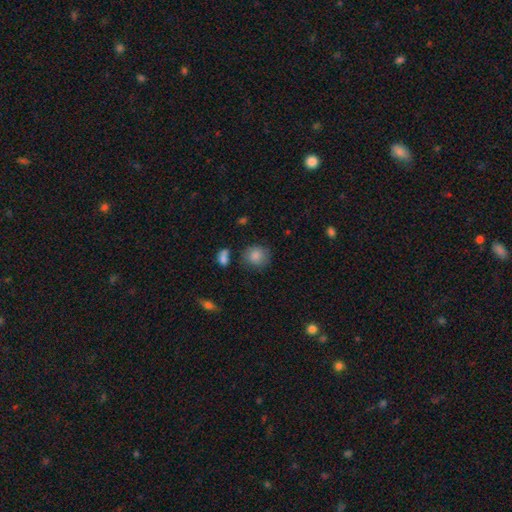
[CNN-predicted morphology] Smooth or featured?
  - smooth: 84% *
  - star or artifact: 9%
  - featured or disk: 8%
How rounded?
  - round: 81% *
  - in between: 18%
  - cigar-shaped: 1%
Merging?
  - none: 73% *
  - minor disturbance: 17%
  - merger: 6%
  - major disturbance: 5%